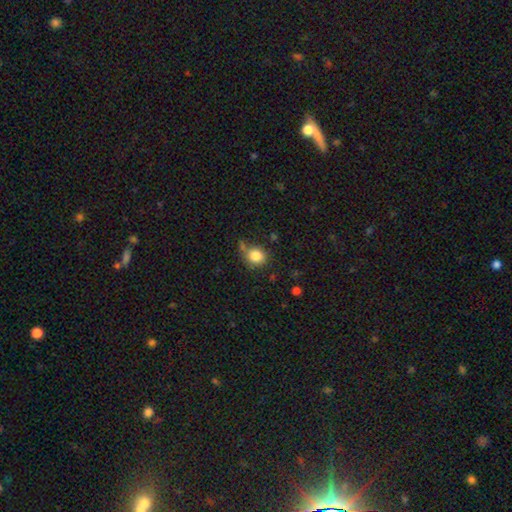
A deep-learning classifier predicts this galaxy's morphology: smooth_or_featured: smooth (p=0.83) [alt: star or artifact p=0.10]
how_rounded: round (p=0.81) [alt: in between p=0.18]
merging: none (p=0.67) [alt: minor disturbance p=0.18]